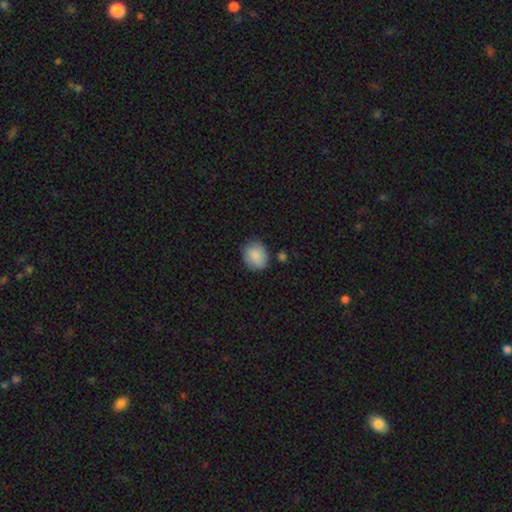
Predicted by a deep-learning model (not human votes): Smooth or featured? Predicted: smooth (p=0.87). How rounded? Predicted: round (p=0.63). Merging? Predicted: none (p=0.79).